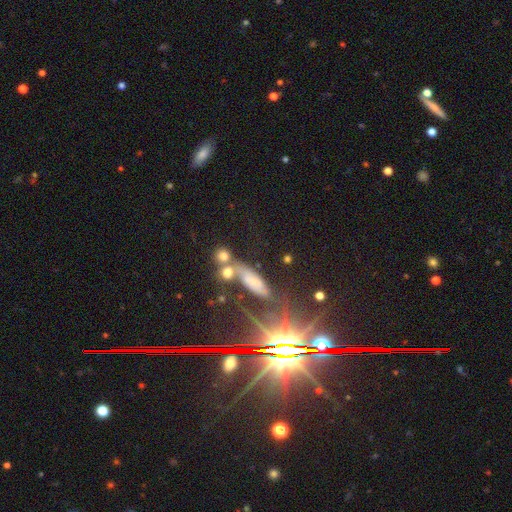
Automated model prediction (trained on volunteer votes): smooth-or-featured: star or artifact: 63% | featured or disk: 20% | smooth: 17%